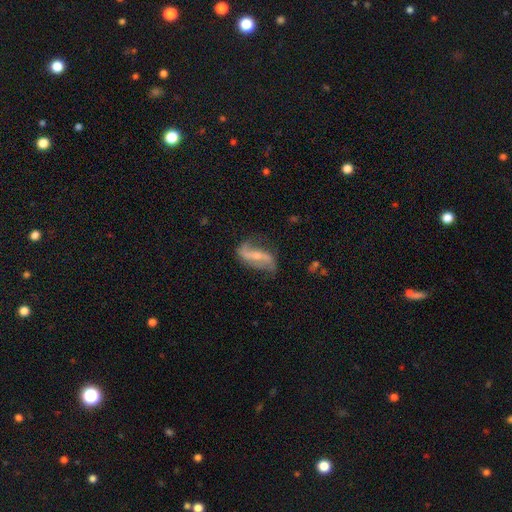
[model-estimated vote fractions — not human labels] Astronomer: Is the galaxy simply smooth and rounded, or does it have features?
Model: featured or disk — 80%.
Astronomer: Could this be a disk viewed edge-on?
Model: no — 93%.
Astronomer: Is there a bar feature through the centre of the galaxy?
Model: strong — 41% (runner-up: weak, 34%).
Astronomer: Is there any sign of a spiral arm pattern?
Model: yes — 91%.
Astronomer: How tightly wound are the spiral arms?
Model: loose — 79%.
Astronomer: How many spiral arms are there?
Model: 2 — 90%.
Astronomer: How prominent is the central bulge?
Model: small — 55%.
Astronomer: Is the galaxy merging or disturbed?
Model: none — 66%.